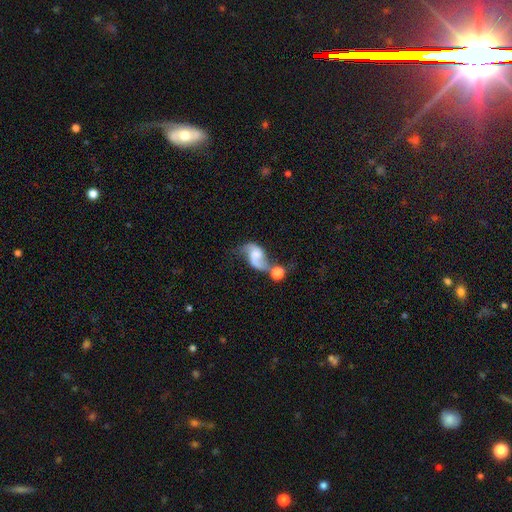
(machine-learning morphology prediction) Smooth or featured? Predicted: featured or disk (p=0.69). Edge-on disk? Predicted: no (p=0.97). Bar? Predicted: no (p=0.57). Spiral arms? Predicted: yes (p=0.88). Spiral winding? Predicted: loose (p=0.74). Spiral arm count? Predicted: 2 (p=0.82). Bulge size? Predicted: none (p=0.33). Merging? Predicted: merger (p=0.41).